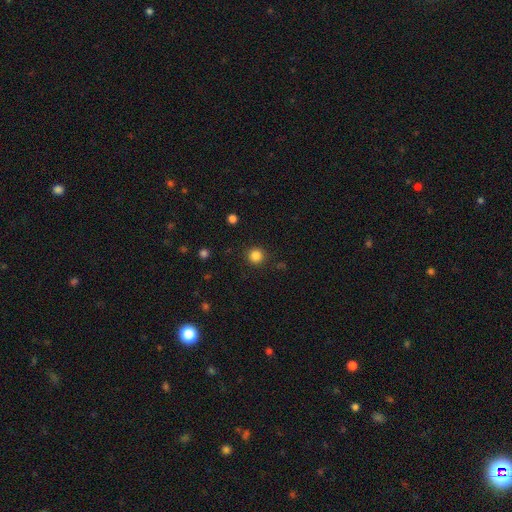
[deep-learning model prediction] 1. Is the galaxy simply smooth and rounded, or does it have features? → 84% smooth, 12% star or artifact, 4% featured or disk.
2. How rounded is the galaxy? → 94% round, 5% in between, 1% cigar-shaped.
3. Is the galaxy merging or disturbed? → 90% none, 6% minor disturbance, 2% major disturbance, 1% merger.